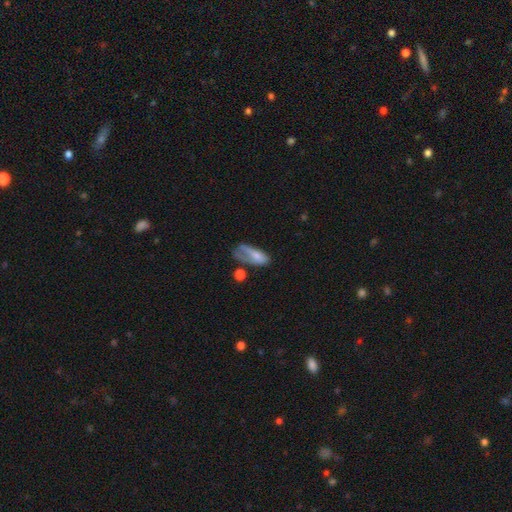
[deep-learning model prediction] Smooth or featured?
  - smooth: 63% *
  - featured or disk: 28%
  - star or artifact: 9%
How rounded?
  - in between: 77% *
  - cigar-shaped: 19%
  - round: 4%
Merging?
  - major disturbance: 37% *
  - none: 26%
  - minor disturbance: 25%
  - merger: 12%